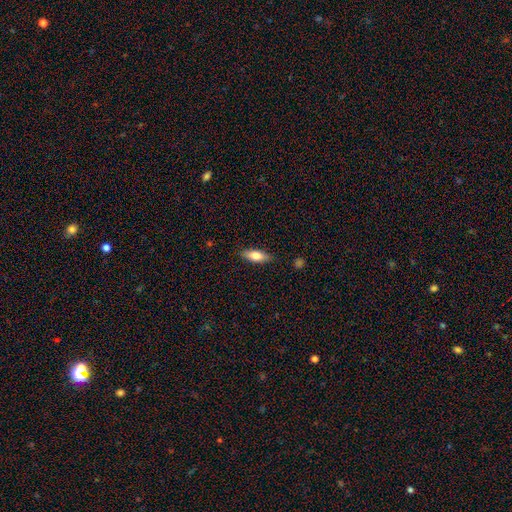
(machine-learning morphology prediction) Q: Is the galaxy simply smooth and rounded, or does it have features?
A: smooth — 72%.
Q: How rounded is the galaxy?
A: in between — 68%.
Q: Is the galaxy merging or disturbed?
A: none — 86%.